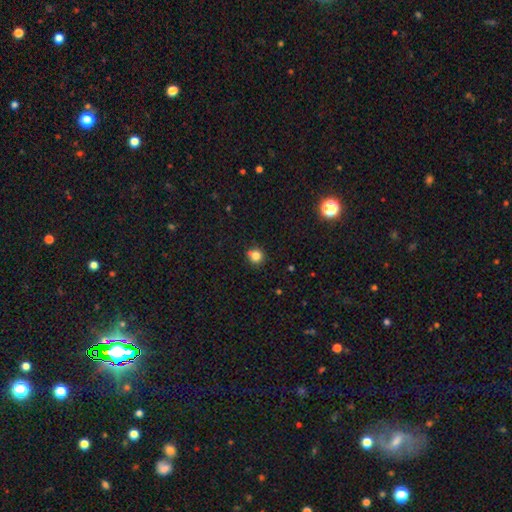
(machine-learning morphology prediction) A smooth galaxy with no disk features (82%) that is round (89%). Merging: none (83%).